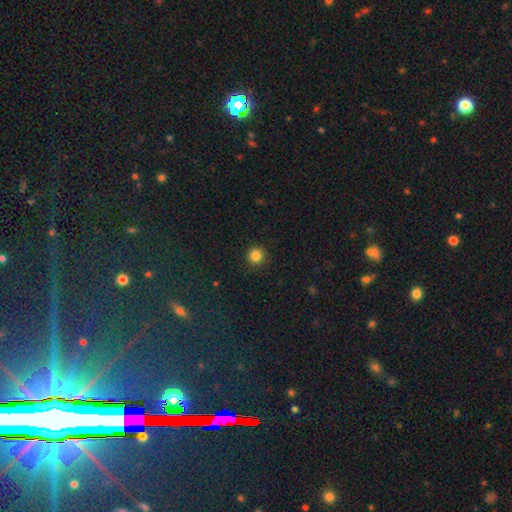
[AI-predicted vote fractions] Q: Smooth or featured?
A: smooth (84%); runner-up: star or artifact (12%)
Q: How rounded?
A: round (95%); runner-up: in between (4%)
Q: Merging?
A: none (92%); runner-up: minor disturbance (5%)